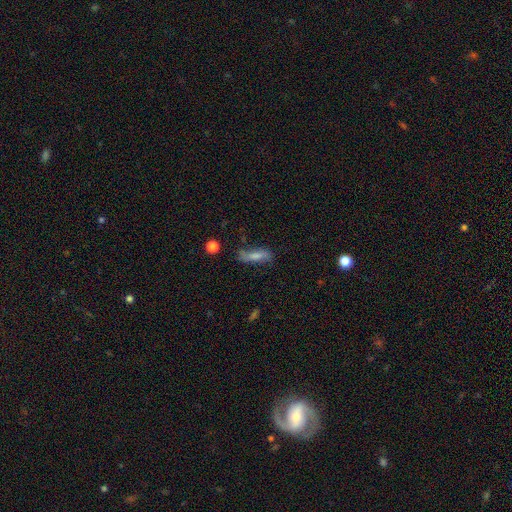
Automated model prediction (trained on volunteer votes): The model was most divided on "how rounded": cigar-shaped: 52%, in between: 45%, round: 3%. More confident: smooth or featured — smooth (63%); merging — none (60%).